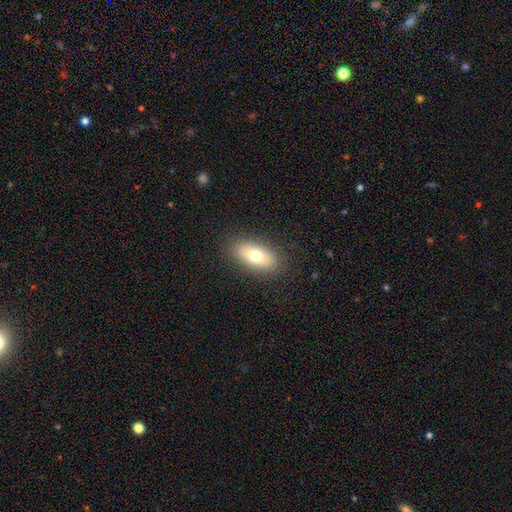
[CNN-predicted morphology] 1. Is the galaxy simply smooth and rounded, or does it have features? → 71% smooth, 20% featured or disk, 8% star or artifact.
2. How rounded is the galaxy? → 87% in between, 7% cigar-shaped, 5% round.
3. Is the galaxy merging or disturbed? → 87% none, 9% minor disturbance, 3% major disturbance, 1% merger.